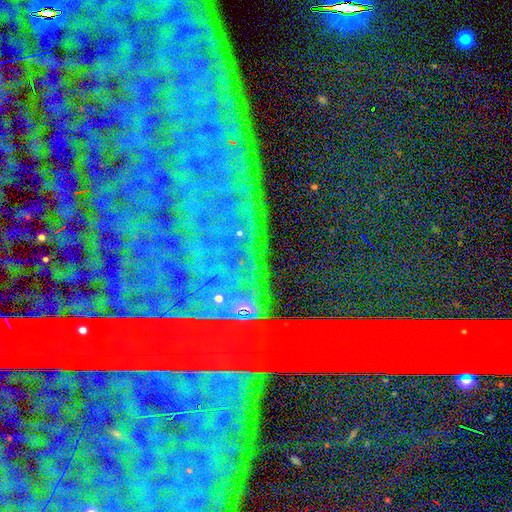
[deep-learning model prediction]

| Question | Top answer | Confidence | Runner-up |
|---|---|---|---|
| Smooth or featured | star or artifact | 87% | featured or disk (7%) |